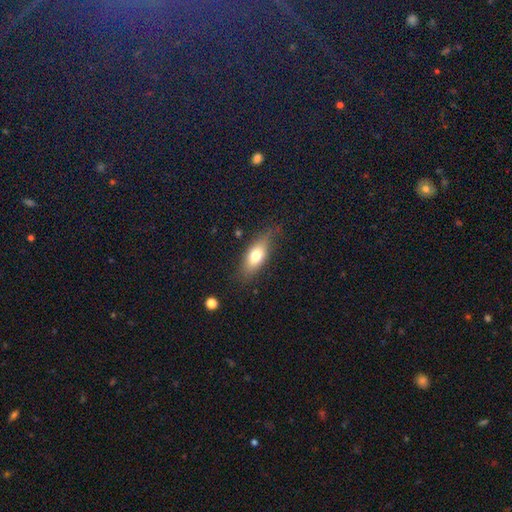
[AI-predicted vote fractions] Smooth or featured?
  - smooth: 70% *
  - featured or disk: 23%
  - star or artifact: 7%
How rounded?
  - in between: 74% *
  - cigar-shaped: 23%
  - round: 4%
Merging?
  - none: 71% *
  - minor disturbance: 21%
  - major disturbance: 6%
  - merger: 2%